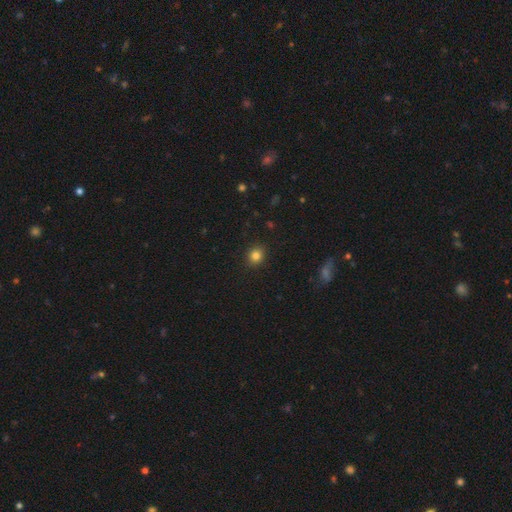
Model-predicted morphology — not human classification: type=smooth (83%); roundness=round (80%); merging=none (90%).